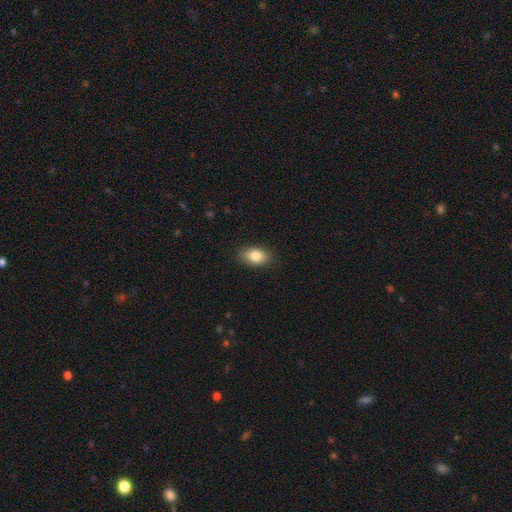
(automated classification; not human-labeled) A smooth galaxy with no disk features (83%) that is in between round and cigar-shaped (87%).

Vote fractions:
- Smooth or featured? smooth: 83% / featured or disk: 9% / star or artifact: 8%
- How rounded? in between: 87% / round: 11% / cigar-shaped: 3%
- Merging? none: 87% / minor disturbance: 10% / major disturbance: 2% / merger: 1%